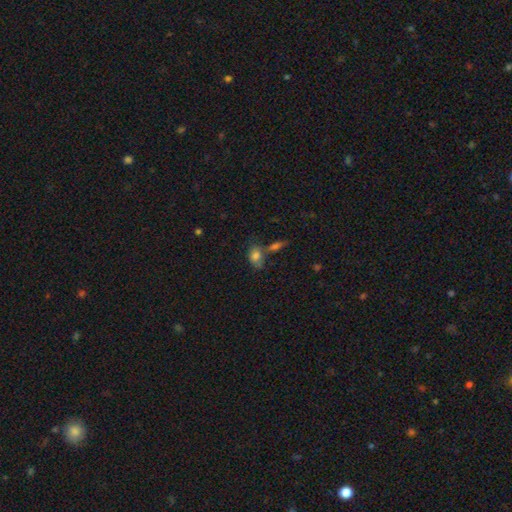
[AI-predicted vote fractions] Smooth or featured? smooth (78%)
How rounded? in between (79%)
Merging? none (51%)